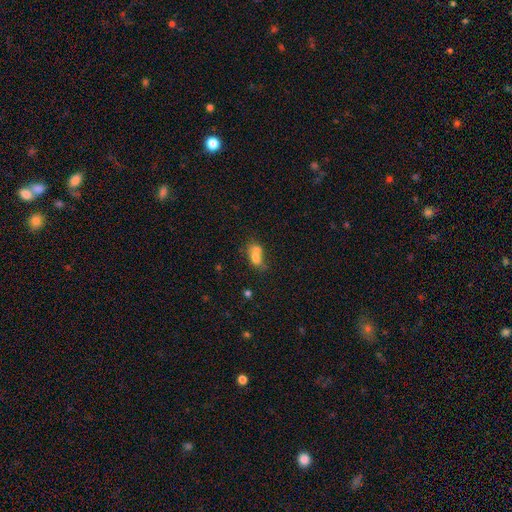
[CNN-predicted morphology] Smooth or featured: smooth — 68% (featured or disk — 20%)
How rounded: in between — 73% (round — 22%)
Merging: merger — 52% (none — 24%)